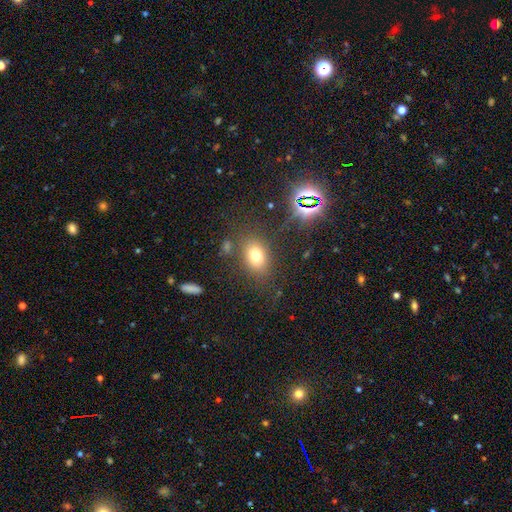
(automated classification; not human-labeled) The model was most divided on "how rounded": in between: 73%, round: 25%, cigar-shaped: 2%. More confident: merging — none (78%); smooth or featured — smooth (70%).